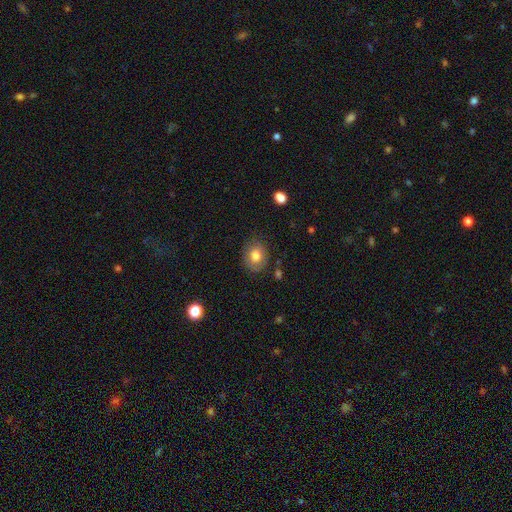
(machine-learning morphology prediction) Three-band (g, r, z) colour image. It shows a smooth galaxy with no disk features (71%) that is round (59%). Merging: none (78%).